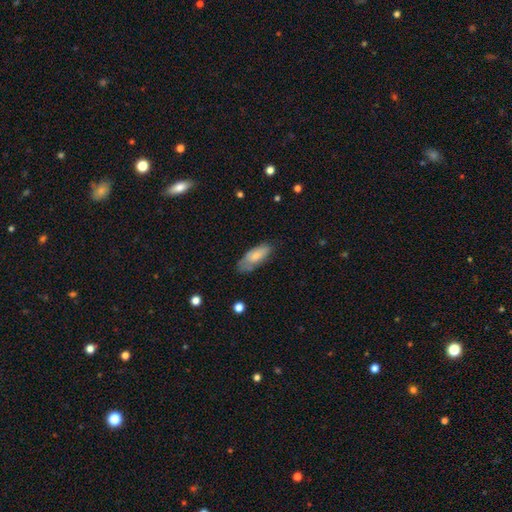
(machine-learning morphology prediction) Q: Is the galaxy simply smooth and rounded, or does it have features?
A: smooth — 78%.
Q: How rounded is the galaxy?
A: in between — 79%.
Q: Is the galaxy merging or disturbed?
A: none — 62%.